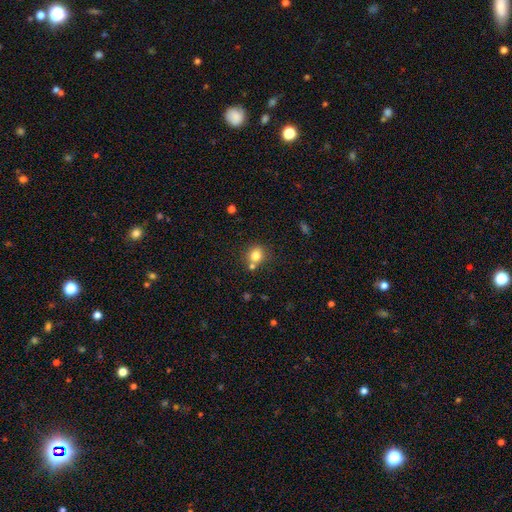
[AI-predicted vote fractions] A smooth galaxy with no disk features (79%) that is round (82%). Merging: none (65%).